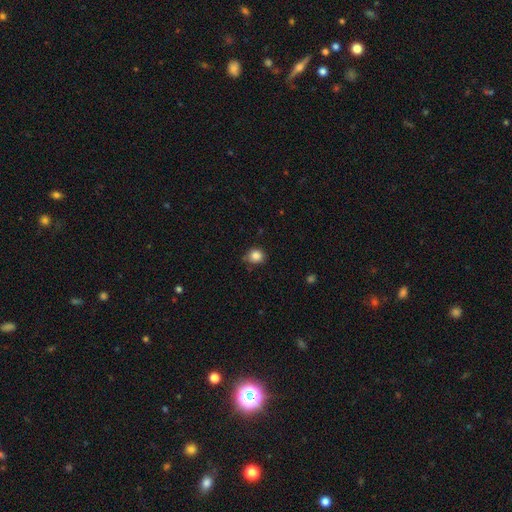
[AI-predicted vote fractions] Overall: smooth (86%). How rounded: round (81%). Merging: none (76%).